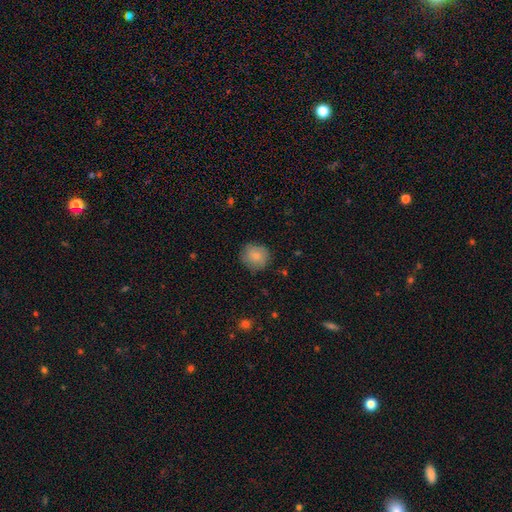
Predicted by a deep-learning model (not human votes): smooth_or_featured: smooth (p=0.82) [alt: featured or disk p=0.11]
how_rounded: round (p=0.86) [alt: in between p=0.13]
merging: none (p=0.78) [alt: minor disturbance p=0.17]